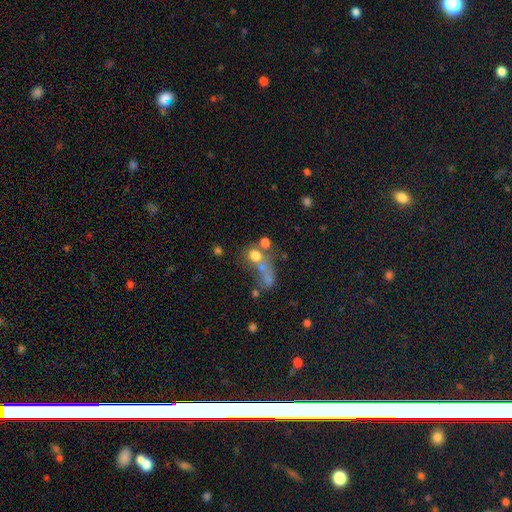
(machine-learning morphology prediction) This appears to be a smooth galaxy with no disk features (63%) that is round (69%). Merging: merger (46%).